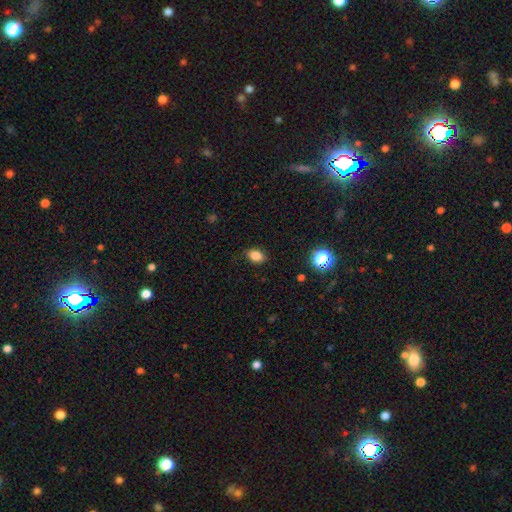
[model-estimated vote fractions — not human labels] smooth-or-featured: smooth: 83% | star or artifact: 11% | featured or disk: 6%
  how-rounded: in between: 77% | round: 21% | cigar-shaped: 1%
  merging: none: 84% | minor disturbance: 12% | major disturbance: 3% | merger: 1%